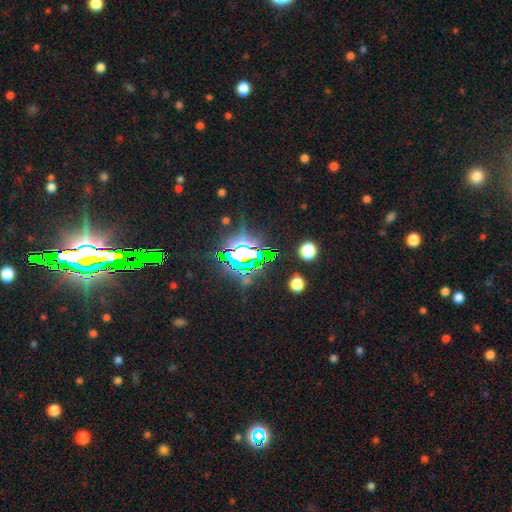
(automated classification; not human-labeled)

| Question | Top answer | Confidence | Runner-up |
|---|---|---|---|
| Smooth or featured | star or artifact | 82% | smooth (10%) |